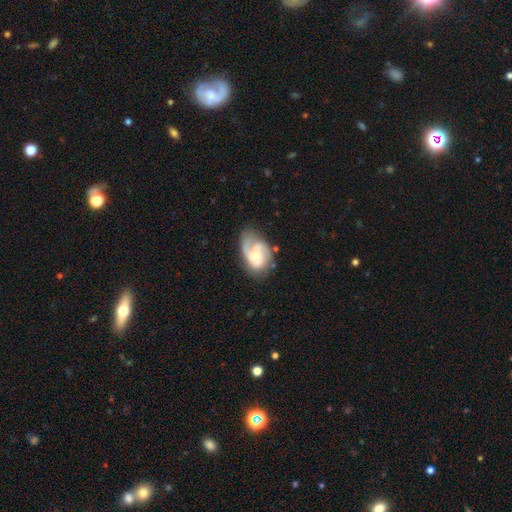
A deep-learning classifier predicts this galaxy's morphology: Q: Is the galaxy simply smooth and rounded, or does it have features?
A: featured or disk — 67%.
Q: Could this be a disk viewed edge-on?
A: no — 97%.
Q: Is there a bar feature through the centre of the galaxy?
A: no — 61%.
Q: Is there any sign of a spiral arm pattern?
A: yes — 89%.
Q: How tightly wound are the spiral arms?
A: medium — 44%.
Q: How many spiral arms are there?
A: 2 — 44%.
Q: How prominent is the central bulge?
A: small — 46%.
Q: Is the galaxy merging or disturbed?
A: none — 49%.